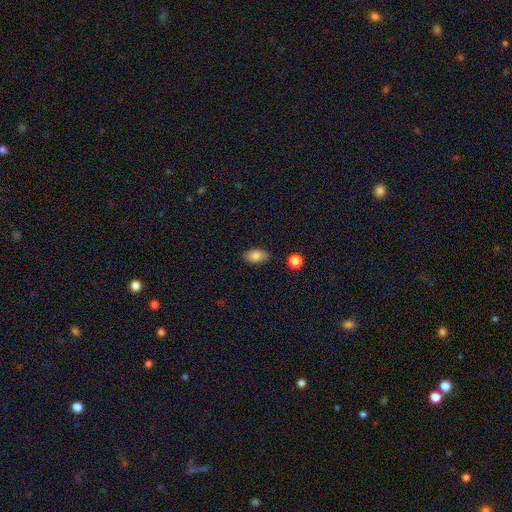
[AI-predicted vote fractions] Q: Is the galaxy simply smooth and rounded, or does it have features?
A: smooth — 81%.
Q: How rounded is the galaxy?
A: in between — 91%.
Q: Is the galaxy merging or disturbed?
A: none — 85%.